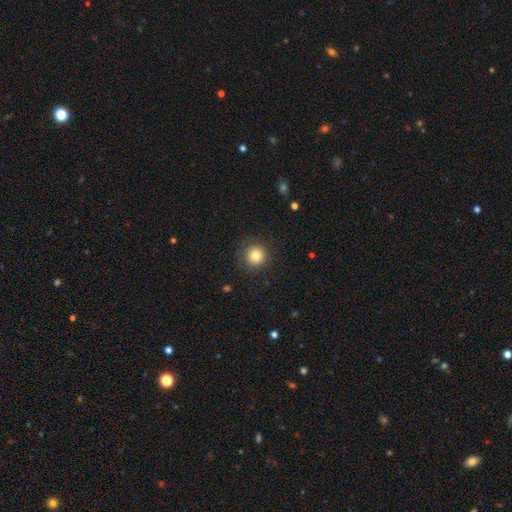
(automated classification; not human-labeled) Overall: smooth (82%). How rounded: round (94%). Merging: none (87%).